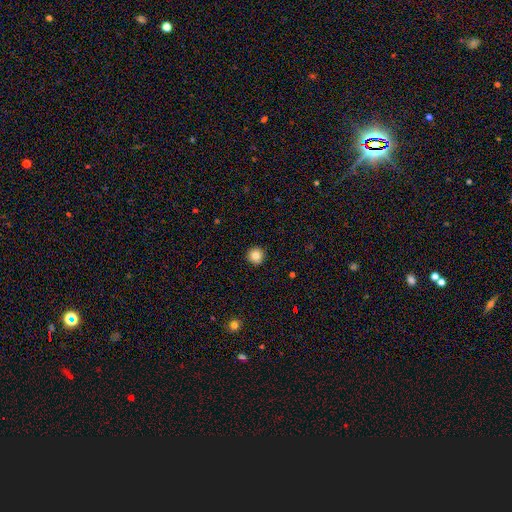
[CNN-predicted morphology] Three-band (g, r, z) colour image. It shows a smooth galaxy with no disk features (85%) that is round (96%). Merging: none (93%).